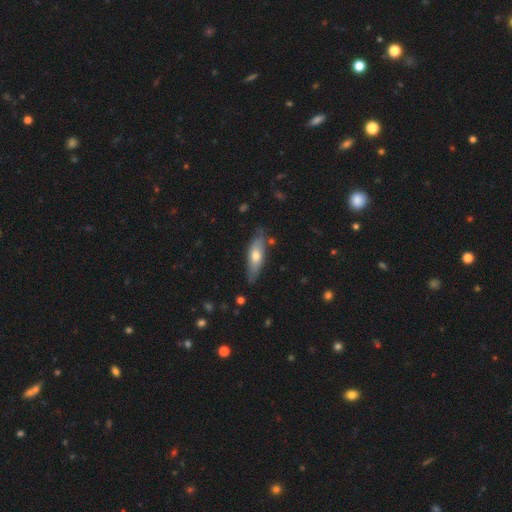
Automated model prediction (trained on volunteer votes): Smooth or featured? smooth (58%)
How rounded? in between (49%, tied with cigar-shaped)
Merging? none (76%)